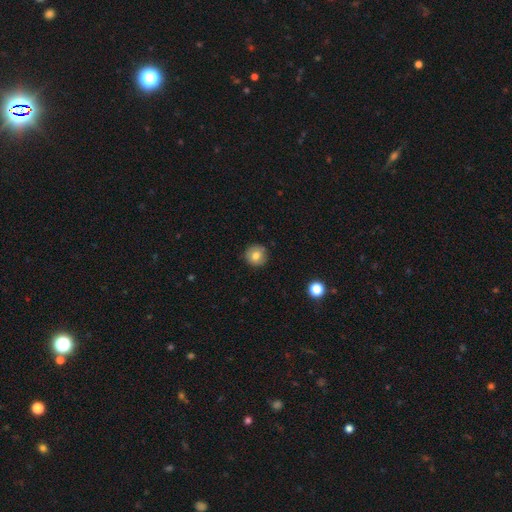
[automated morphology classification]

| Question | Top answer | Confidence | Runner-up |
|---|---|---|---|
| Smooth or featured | smooth | 78% | featured or disk (12%) |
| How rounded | round | 95% | in between (4%) |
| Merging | none | 89% | minor disturbance (8%) |